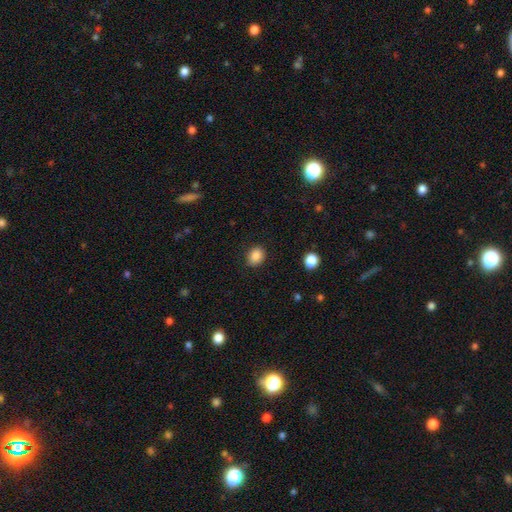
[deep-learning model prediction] Overall: smooth (87%). How rounded: round (59%; in between 40%). Merging: none (86%).